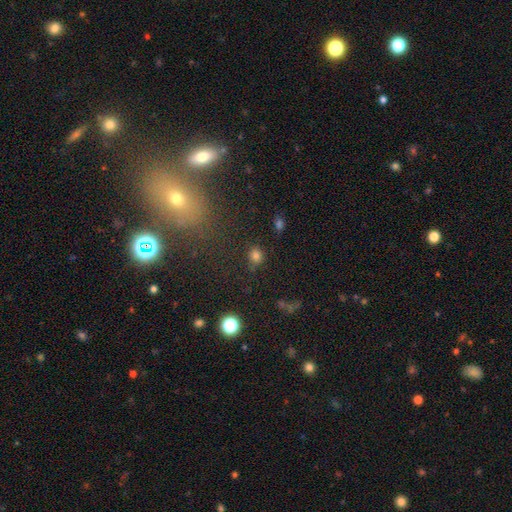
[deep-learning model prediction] Smooth or featured: smooth — 77% (star or artifact — 17%)
How rounded: round — 70% (in between — 29%)
Merging: none — 74% (minor disturbance — 16%)